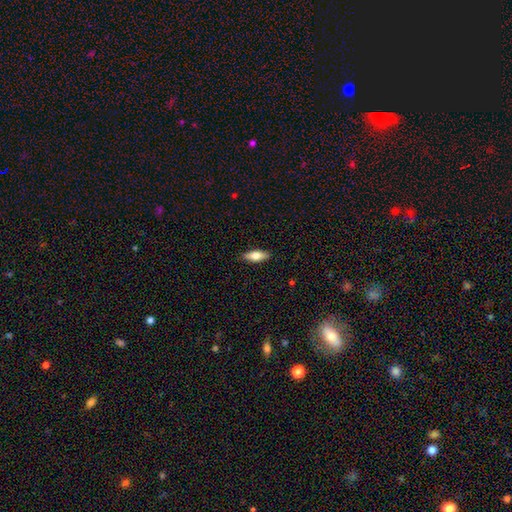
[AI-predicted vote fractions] The model was most divided on "how rounded": in between: 64%, cigar-shaped: 33%, round: 3%. More confident: merging — none (89%); smooth or featured — smooth (65%).